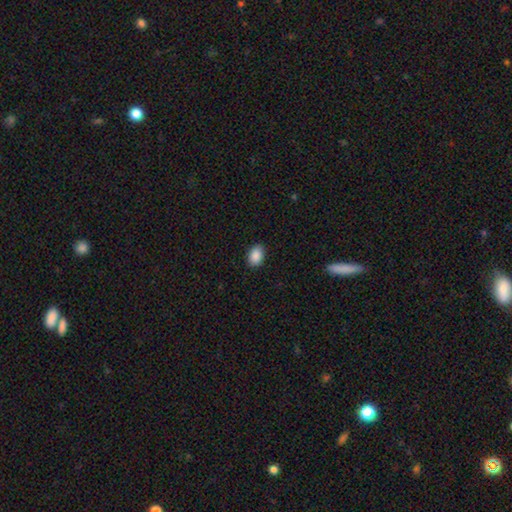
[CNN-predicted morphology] smooth_or_featured: smooth (p=0.90) [alt: star or artifact p=0.07]
how_rounded: in between (p=0.86) [alt: round p=0.13]
merging: none (p=0.89) [alt: minor disturbance p=0.08]